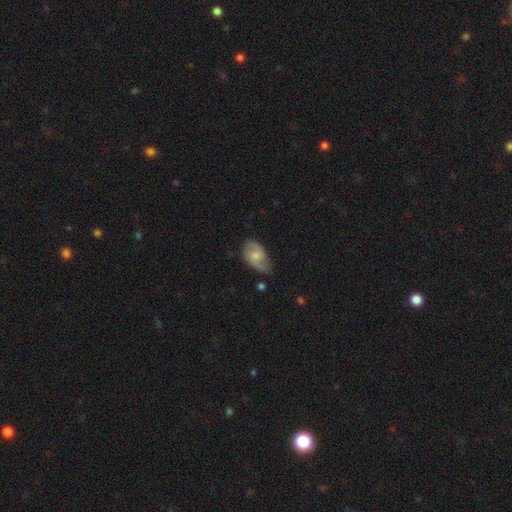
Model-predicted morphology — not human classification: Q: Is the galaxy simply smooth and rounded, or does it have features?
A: featured or disk — 47%, tied with smooth.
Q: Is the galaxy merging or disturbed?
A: none — 57%.